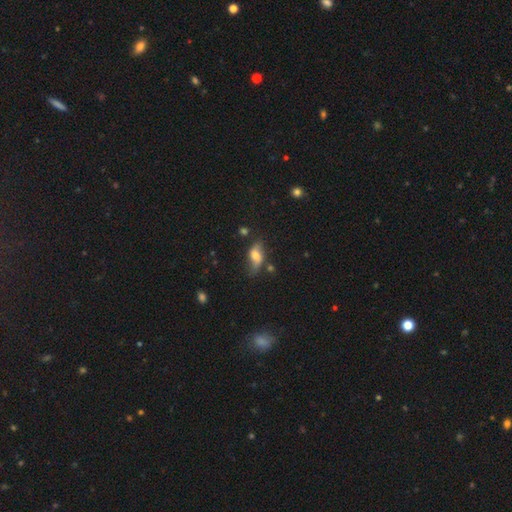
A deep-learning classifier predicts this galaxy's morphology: A featured or disk galaxy (46%). Merging: none (59%).